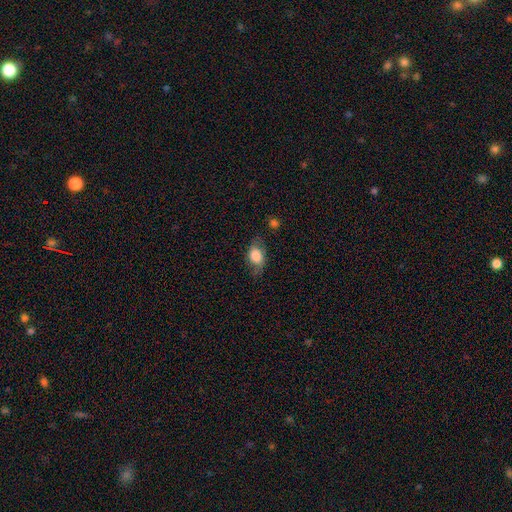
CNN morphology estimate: A smooth galaxy with no disk features (76%) that is in between round and cigar-shaped (82%).

Vote fractions:
- Smooth or featured? smooth: 76% / featured or disk: 17% / star or artifact: 7%
- How rounded? in between: 82% / round: 16% / cigar-shaped: 2%
- Merging? none: 64% / minor disturbance: 24% / major disturbance: 9% / merger: 3%